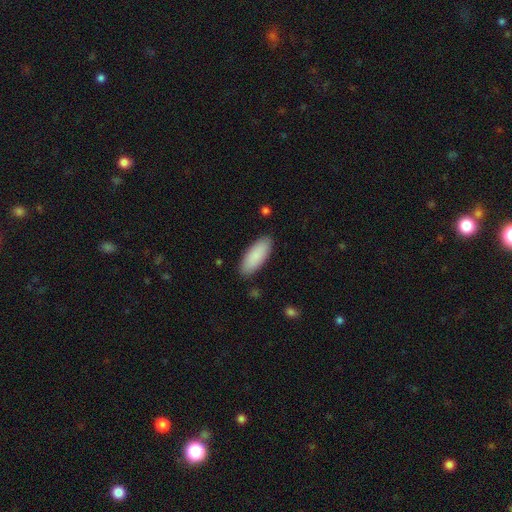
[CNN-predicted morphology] The model was most divided on "how rounded": in between: 77%, cigar-shaped: 22%, round: 1%. More confident: smooth or featured — smooth (89%); merging — none (88%).